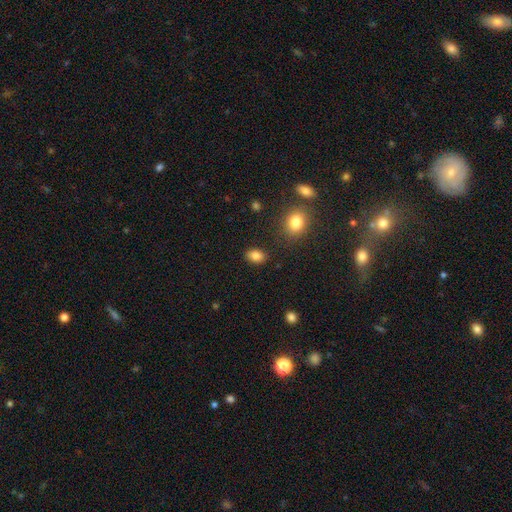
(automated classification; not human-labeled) Smooth or featured? Predicted: smooth (p=0.85). How rounded? Predicted: in between (p=0.79). Merging? Predicted: none (p=0.86).